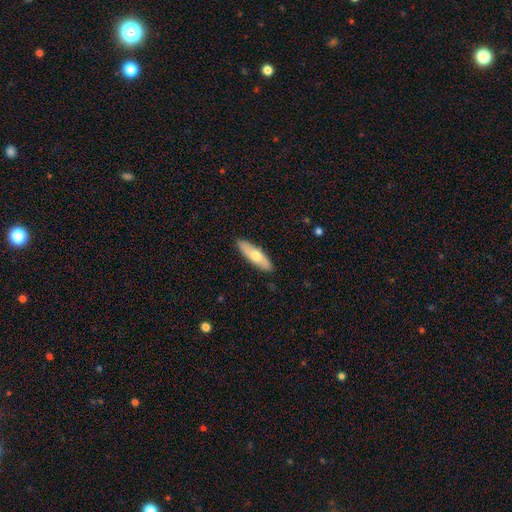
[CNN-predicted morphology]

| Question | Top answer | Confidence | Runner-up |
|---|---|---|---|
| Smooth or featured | smooth | 60% | featured or disk (34%) |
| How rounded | cigar-shaped | 56% | in between (42%) |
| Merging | none | 88% | minor disturbance (9%) |